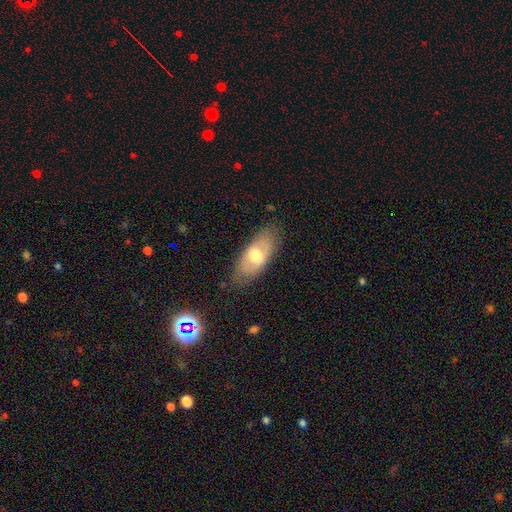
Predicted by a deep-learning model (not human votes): smooth 54%, featured or disk 39%, star or artifact 7%. Down the decision tree: how rounded — in between (84%); merging — none (78%).